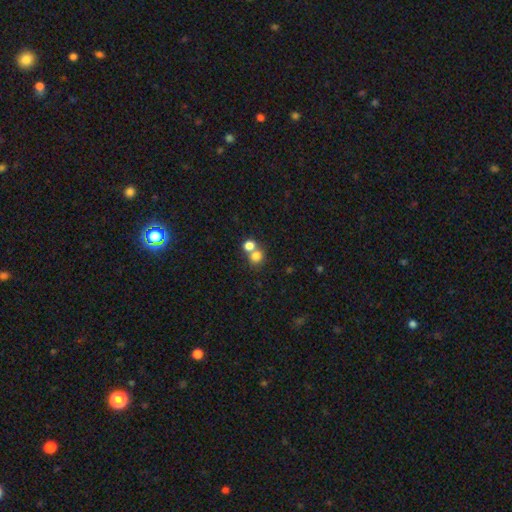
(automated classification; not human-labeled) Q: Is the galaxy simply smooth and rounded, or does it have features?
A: smooth — 78%.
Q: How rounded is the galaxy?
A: round — 81%.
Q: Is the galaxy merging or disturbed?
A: merger — 47%.